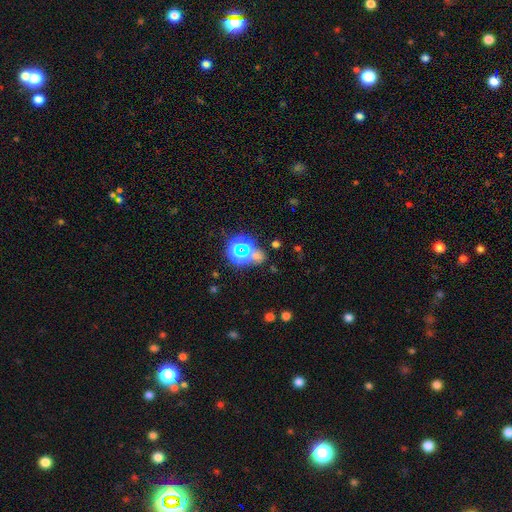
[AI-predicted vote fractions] smooth-or-featured: star or artifact: 61% | smooth: 29% | featured or disk: 10%